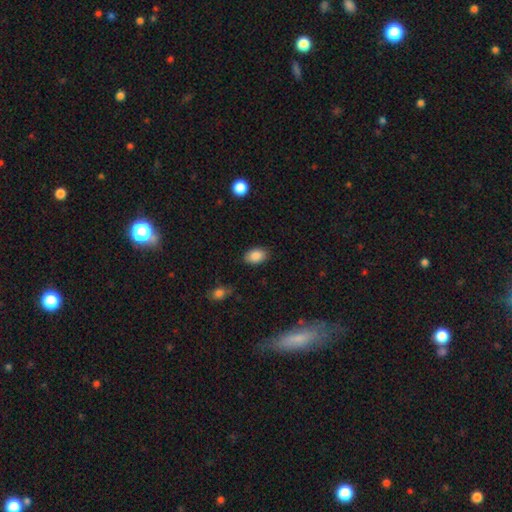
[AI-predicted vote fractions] Smooth or featured? smooth (87%)
How rounded? in between (85%)
Merging? none (85%)